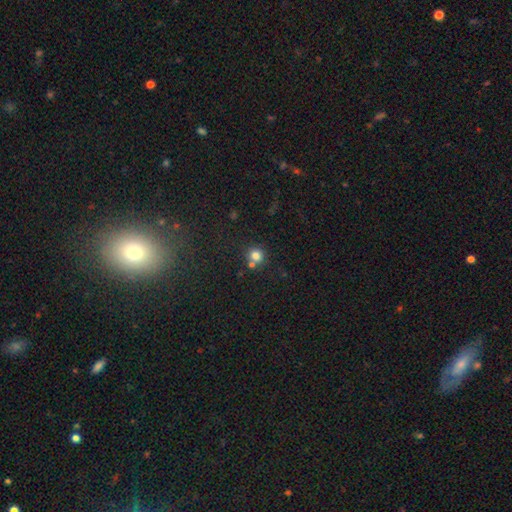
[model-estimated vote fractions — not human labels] Smooth or featured? Predicted: smooth (p=0.79). How rounded? Predicted: round (p=0.90). Merging? Predicted: none (p=0.66).